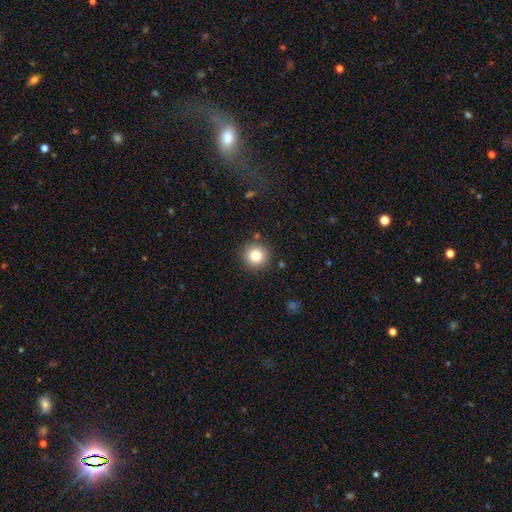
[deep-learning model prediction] Q: Smooth or featured?
A: smooth (82%); runner-up: star or artifact (11%)
Q: How rounded?
A: round (94%); runner-up: in between (5%)
Q: Merging?
A: none (89%); runner-up: minor disturbance (7%)